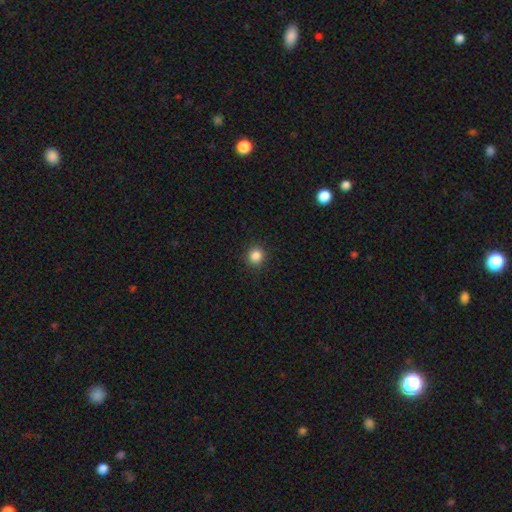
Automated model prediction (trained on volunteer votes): This appears to be a smooth galaxy with no disk features (85%) that is round (91%). Merging: none (91%).